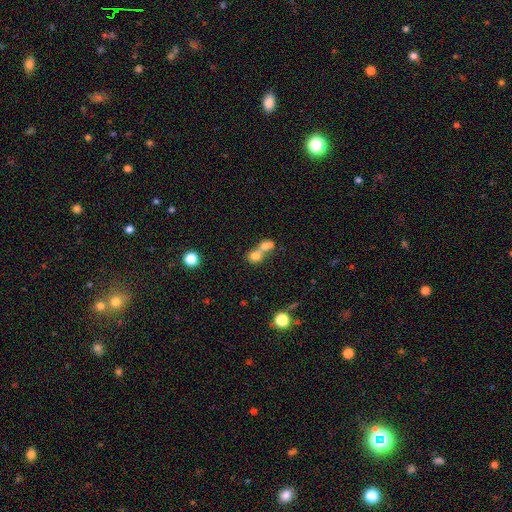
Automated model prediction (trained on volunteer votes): This is likely a smooth galaxy (70%). How rounded: likely round (71%). Merging: likely merger (66%).